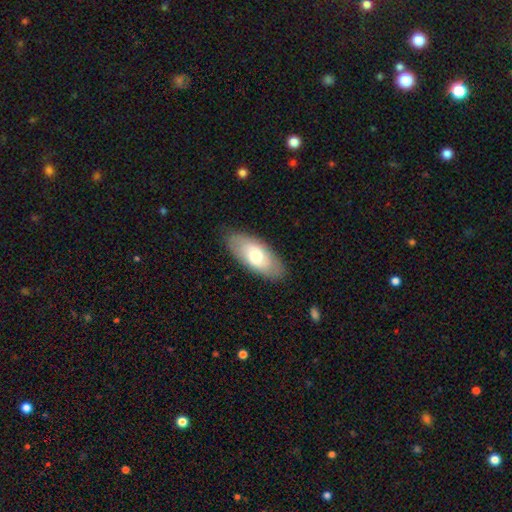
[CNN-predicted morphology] Smooth or featured: smooth — 63% (featured or disk — 31%)
How rounded: in between — 88% (cigar-shaped — 9%)
Merging: none — 85% (minor disturbance — 11%)